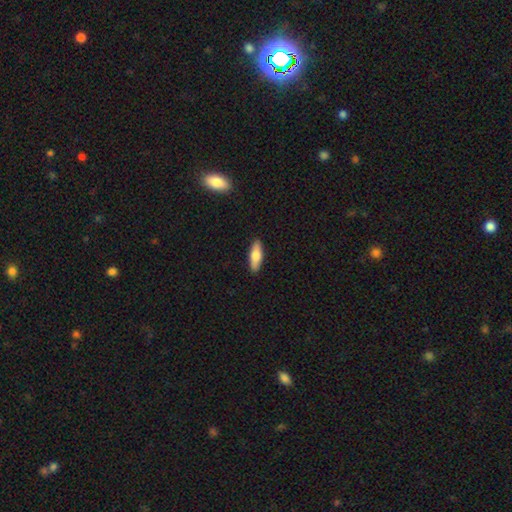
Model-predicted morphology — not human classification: This appears to be a smooth galaxy with no disk features (69%) that is cigar-shaped (49%, tied with in between). Merging: none (90%).